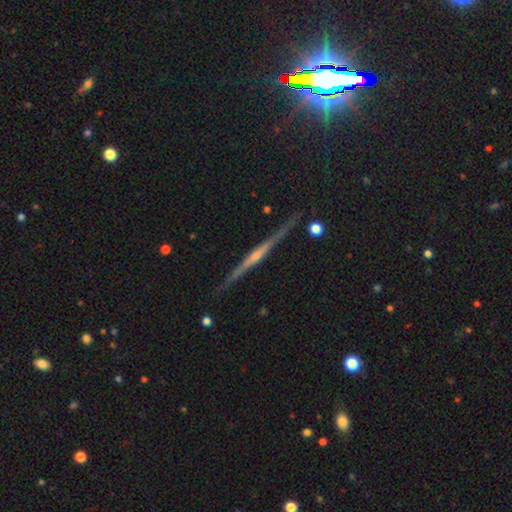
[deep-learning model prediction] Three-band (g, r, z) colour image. It shows a featured or disk galaxy (80%) viewed edge-on (98%) with a rounded central bulge (64%). Merging: none (87%).